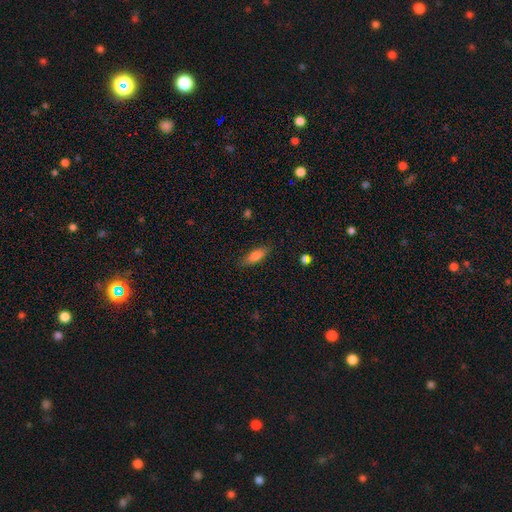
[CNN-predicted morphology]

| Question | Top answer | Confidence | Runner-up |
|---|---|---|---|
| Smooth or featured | smooth | 77% | featured or disk (16%) |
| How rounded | in between | 56% | cigar-shaped (41%) |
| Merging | none | 85% | minor disturbance (11%) |